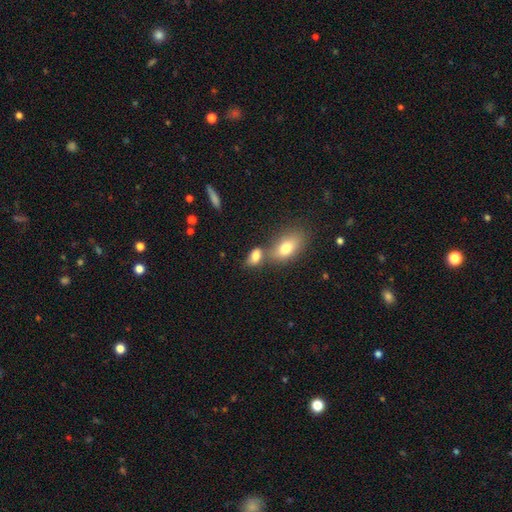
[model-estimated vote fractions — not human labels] Overall: smooth (80%). How rounded: in between (87%). Merging: none (45%; merger 36%).